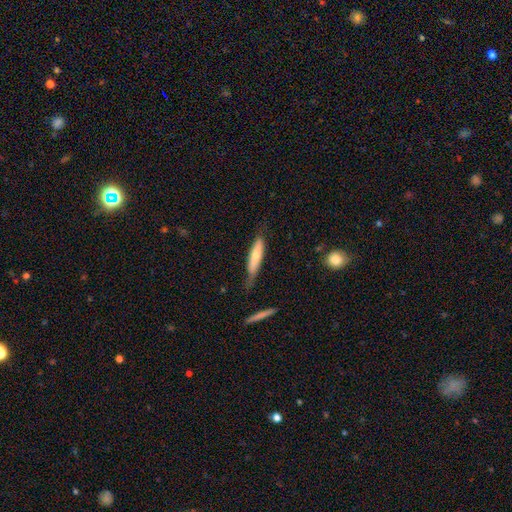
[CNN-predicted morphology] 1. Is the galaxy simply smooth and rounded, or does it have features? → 63% smooth, 32% featured or disk, 6% star or artifact.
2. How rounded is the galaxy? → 79% cigar-shaped, 20% in between, 2% round.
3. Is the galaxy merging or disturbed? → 57% none, 31% minor disturbance, 9% major disturbance, 4% merger.